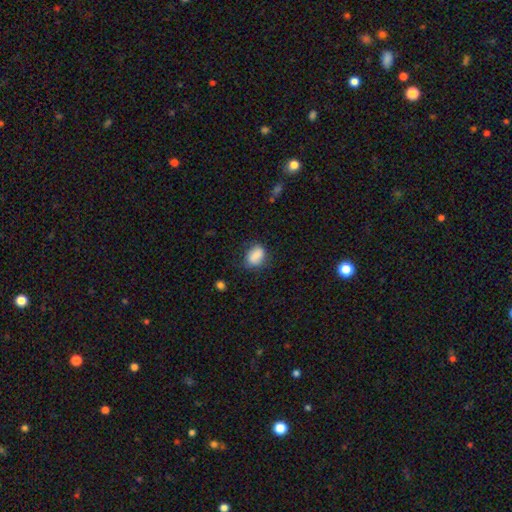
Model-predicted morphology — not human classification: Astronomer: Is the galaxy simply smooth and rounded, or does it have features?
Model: smooth — 84%.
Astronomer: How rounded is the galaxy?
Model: in between — 72%.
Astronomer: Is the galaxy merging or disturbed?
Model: none — 69%.